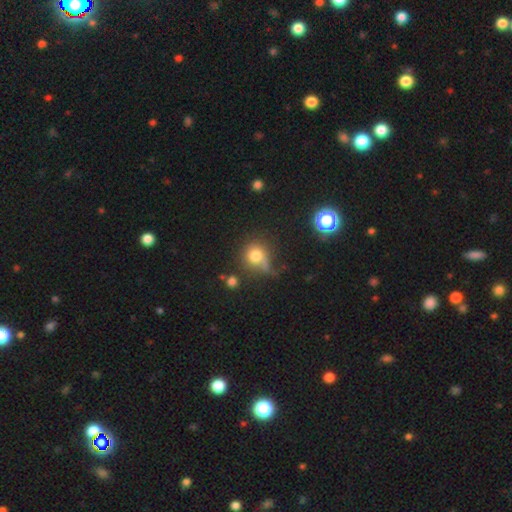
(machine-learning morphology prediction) A smooth galaxy with no disk features (72%) that is round (81%).

Vote fractions:
- Smooth or featured? smooth: 72% / star or artifact: 15% / featured or disk: 13%
- How rounded? round: 81% / in between: 17% / cigar-shaped: 2%
- Merging? none: 46% / minor disturbance: 25% / major disturbance: 19% / merger: 10%